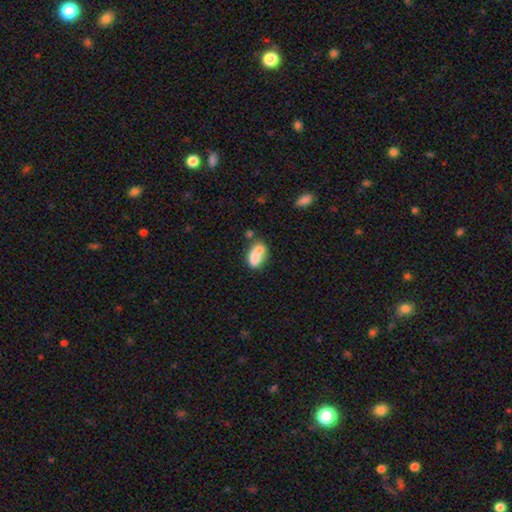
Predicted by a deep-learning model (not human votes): smooth-or-featured: smooth: 71% | featured or disk: 21% | star or artifact: 9%
  how-rounded: in between: 83% | round: 14% | cigar-shaped: 3%
  merging: merger: 52% | none: 28% | minor disturbance: 13% | major disturbance: 7%